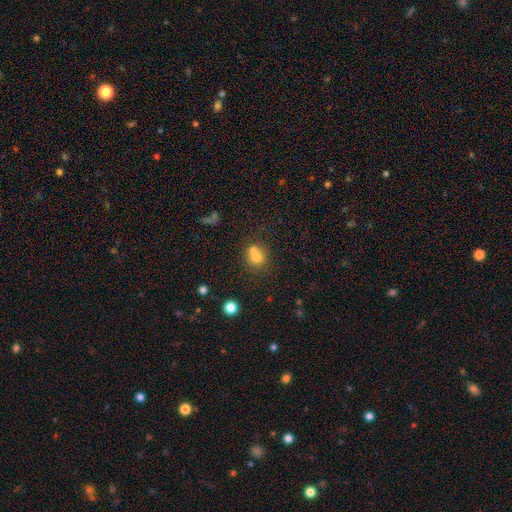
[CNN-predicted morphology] This appears to be a smooth galaxy with no disk features (73%) that is round (60%). Merging: merger (43%).